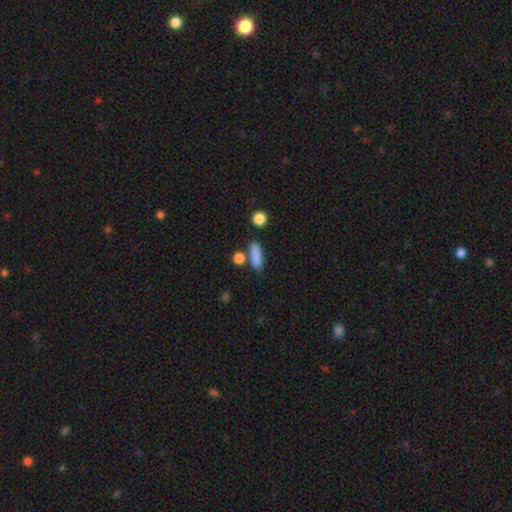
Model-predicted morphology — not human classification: smooth_or_featured: smooth (p=0.84) [alt: star or artifact p=0.09]
how_rounded: in between (p=0.53) [alt: cigar-shaped p=0.38]
merging: none (p=0.67) [alt: minor disturbance p=0.14]